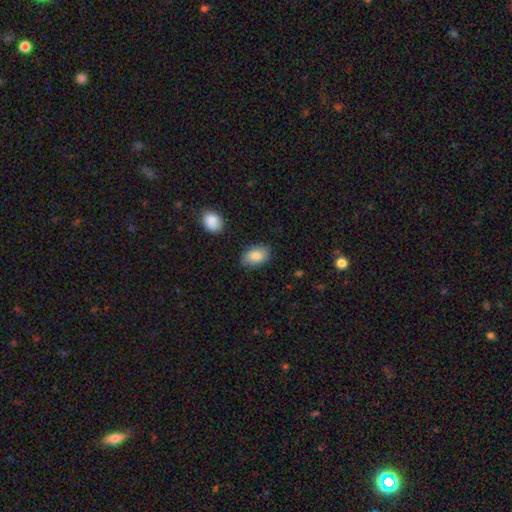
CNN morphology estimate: Overall: smooth (85%). How rounded: in between (91%). Merging: none (83%).